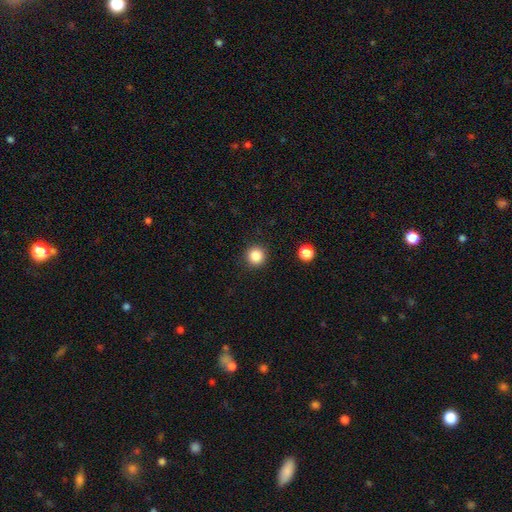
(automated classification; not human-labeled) This appears to be a smooth galaxy with no disk features (85%) that is round (95%). Merging: none (91%).